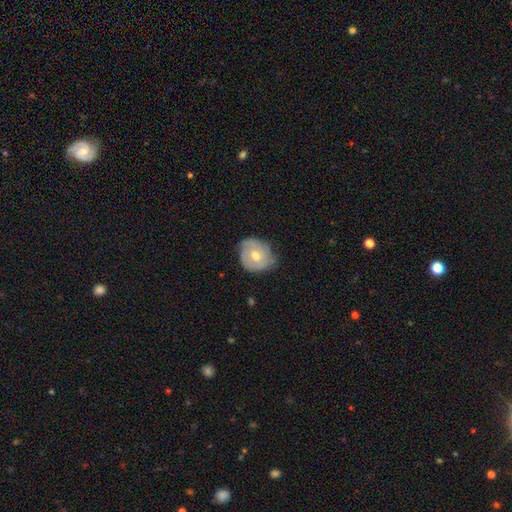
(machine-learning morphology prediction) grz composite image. It shows a featured or disk galaxy (47%). Merging: none (61%).